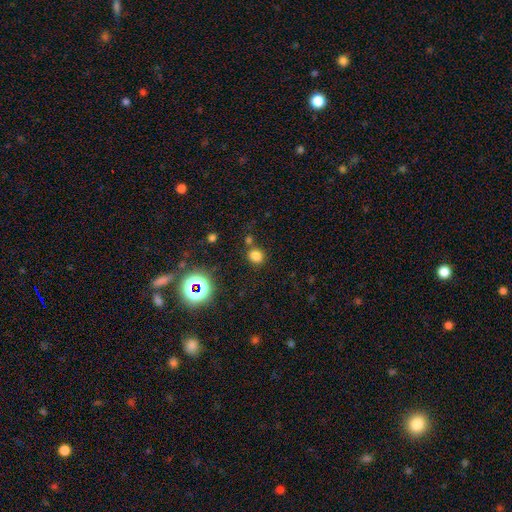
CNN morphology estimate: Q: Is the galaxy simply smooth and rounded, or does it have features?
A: smooth — 76%.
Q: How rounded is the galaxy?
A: round — 83%.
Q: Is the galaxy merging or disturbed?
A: none — 78%.